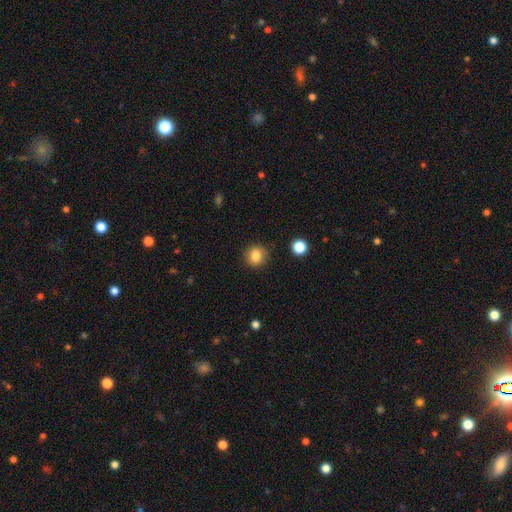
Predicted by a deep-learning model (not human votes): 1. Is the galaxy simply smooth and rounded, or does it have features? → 84% smooth, 10% star or artifact, 5% featured or disk.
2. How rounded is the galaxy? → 88% round, 11% in between, 1% cigar-shaped.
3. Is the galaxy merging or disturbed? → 88% none, 8% minor disturbance, 2% major disturbance, 2% merger.